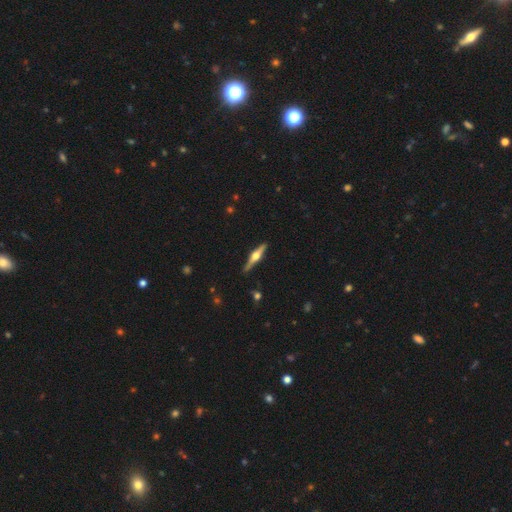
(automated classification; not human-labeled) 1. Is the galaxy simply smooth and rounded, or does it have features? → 78% featured or disk, 17% smooth, 5% star or artifact.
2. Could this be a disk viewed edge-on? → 98% yes, 2% no.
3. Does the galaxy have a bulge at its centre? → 95% rounded, 4% boxy, 2% none.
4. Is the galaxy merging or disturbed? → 90% none, 7% minor disturbance, 1% major disturbance, 1% merger.